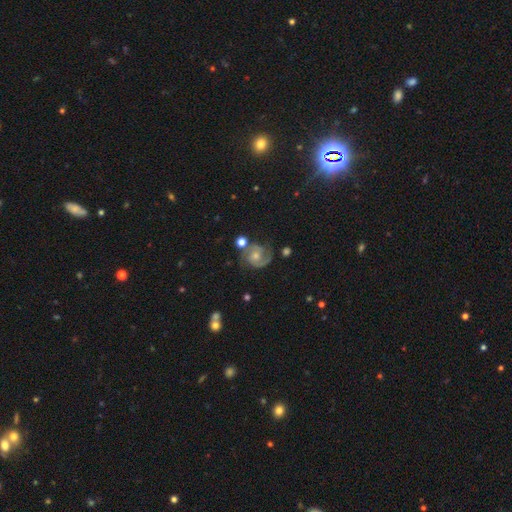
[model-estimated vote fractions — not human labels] smooth-or-featured: featured or disk: 81% | smooth: 11% | star or artifact: 7%
  disk-edge-on: no: 98% | yes: 2%
    bar: no: 65% | weak: 30% | strong: 5%
    has-spiral-arms: yes: 96% | no: 4%
      spiral-winding: medium: 48% | tight: 39% | loose: 13%
      spiral-arm-count: 2: 82% | can't tell: 6% | 1: 5% | 3: 5% | 4: 1% | more than 4: 1%
    bulge-size: moderate: 54% | small: 37% | large: 4% | none: 4% | dominant: 1%
  merging: none: 66% | minor disturbance: 18% | major disturbance: 8% | merger: 8%